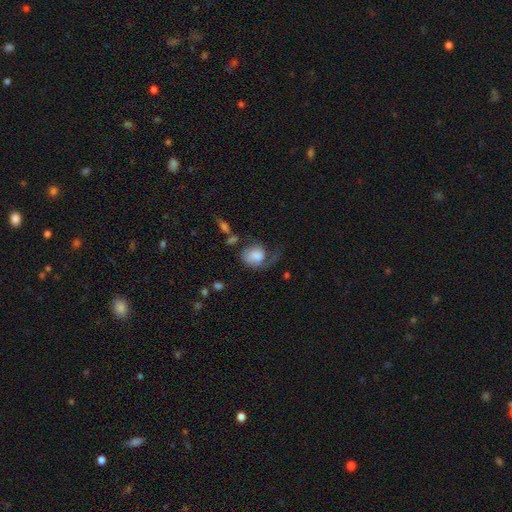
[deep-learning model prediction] Q: Smooth or featured?
A: smooth (56%); runner-up: featured or disk (36%)
Q: How rounded?
A: round (56%); runner-up: in between (43%)
Q: Merging?
A: major disturbance (44%); runner-up: none (28%)